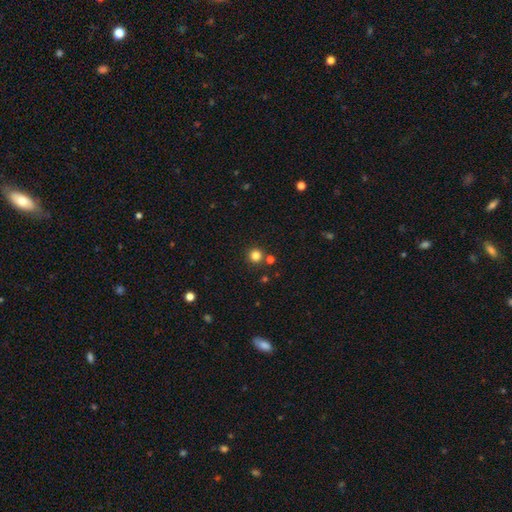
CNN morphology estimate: Q: Smooth or featured?
A: smooth (81%); runner-up: star or artifact (14%)
Q: How rounded?
A: round (95%); runner-up: in between (4%)
Q: Merging?
A: none (83%); runner-up: merger (8%)